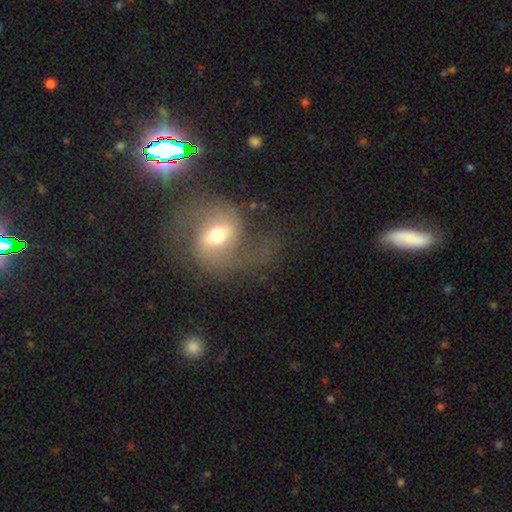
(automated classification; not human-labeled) smooth-or-featured: featured or disk: 71% | star or artifact: 15% | smooth: 14%
  disk-edge-on: no: 96% | yes: 4%
    bar: weak: 44% | no: 34% | strong: 23%
    has-spiral-arms: yes: 91% | no: 9%
      spiral-winding: medium: 45% | loose: 36% | tight: 19%
      spiral-arm-count: 2: 77% | 1: 10% | can't tell: 8% | 3: 2% | 4: 1% | more than 4: 1%
    bulge-size: moderate: 62% | small: 27% | large: 7% | dominant: 2% | none: 2%
  merging: none: 59% | major disturbance: 18% | minor disturbance: 18% | merger: 5%